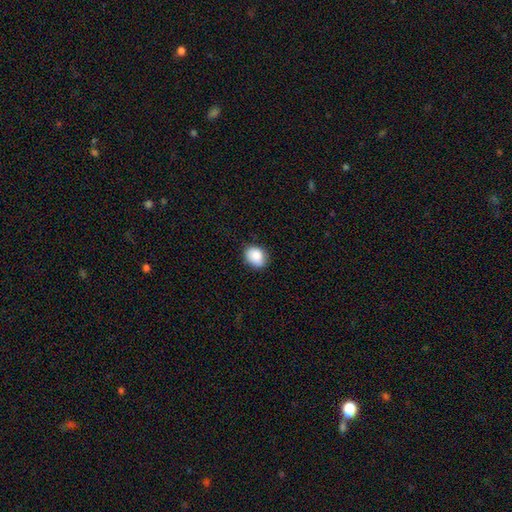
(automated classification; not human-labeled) This is clearly a smooth galaxy (87%). How rounded: possibly in between (55%). Merging: clearly none (82%).